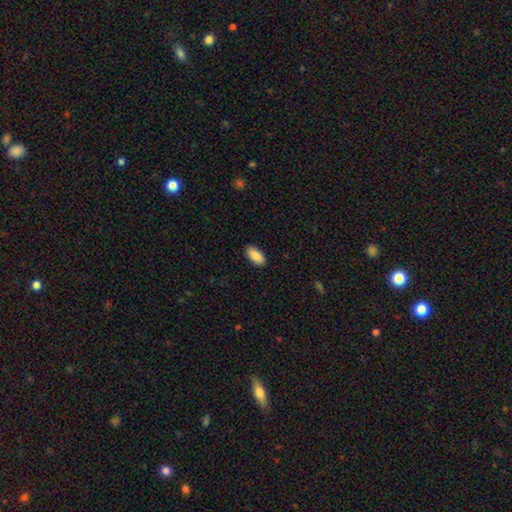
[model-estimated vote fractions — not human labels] smooth 89%, star or artifact 6%, featured or disk 5%. Down the decision tree: how rounded — in between (92%); merging — none (89%).